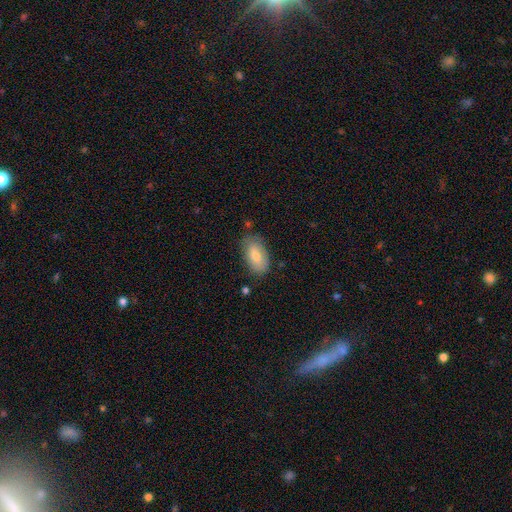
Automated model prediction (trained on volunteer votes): Morphology: type=smooth (78%); roundness=in between (92%); merging=none (77%).